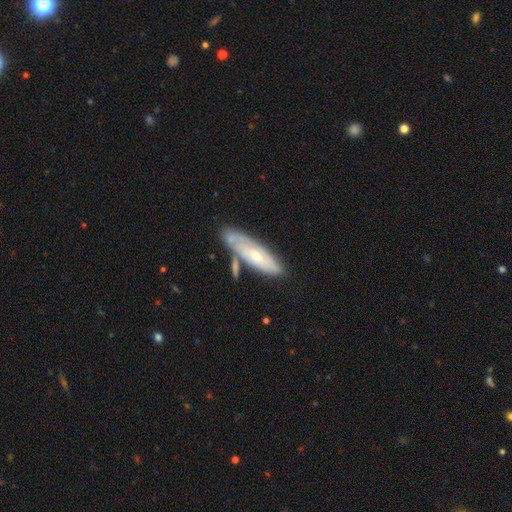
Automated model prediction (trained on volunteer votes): Morphology: type=featured or disk (54%); edge-on=no (68%); merging=none (56%).